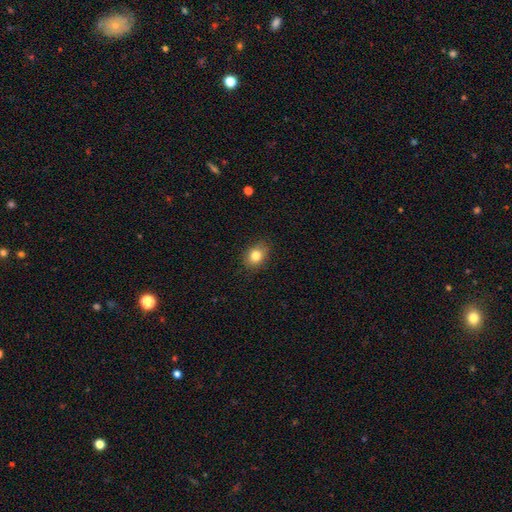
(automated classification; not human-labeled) A smooth galaxy with no disk features (82%) that is in between round and cigar-shaped (64%).

Vote fractions:
- Smooth or featured? smooth: 82% / star or artifact: 10% / featured or disk: 9%
- How rounded? in between: 64% / round: 34% / cigar-shaped: 1%
- Merging? none: 84% / minor disturbance: 12% / major disturbance: 3% / merger: 1%